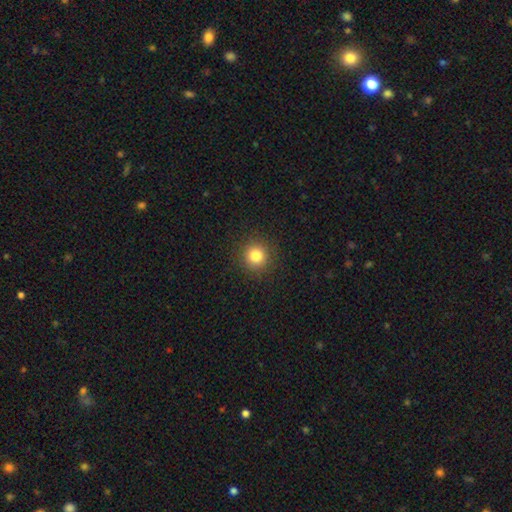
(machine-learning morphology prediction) smooth_or_featured: smooth (p=0.82) [alt: star or artifact p=0.12]
how_rounded: round (p=0.94) [alt: in between p=0.05]
merging: none (p=0.92) [alt: minor disturbance p=0.05]